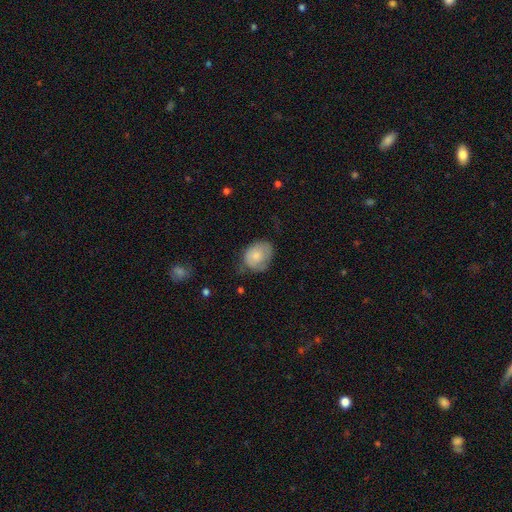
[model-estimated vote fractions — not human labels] This appears to be a smooth galaxy with no disk features (74%) that is in between round and cigar-shaped (55%). Merging: none (47%).